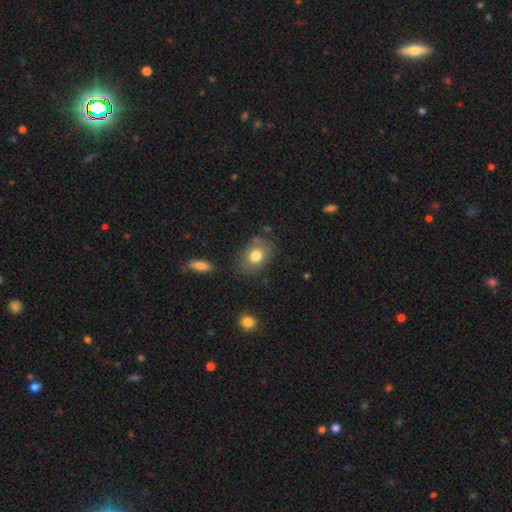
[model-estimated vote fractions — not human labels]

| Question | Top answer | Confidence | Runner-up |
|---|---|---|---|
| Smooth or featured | smooth | 77% | featured or disk (14%) |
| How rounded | in between | 68% | round (31%) |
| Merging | none | 72% | minor disturbance (18%) |